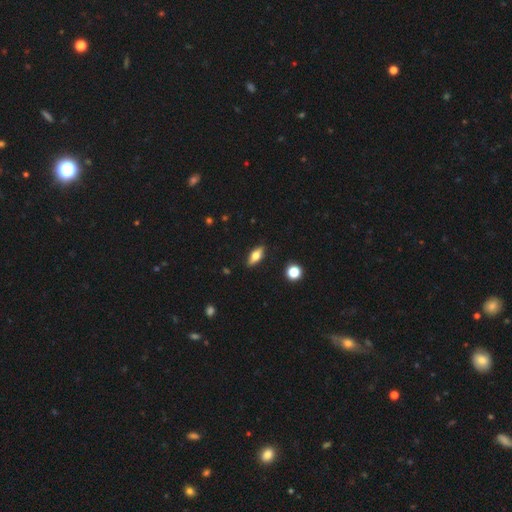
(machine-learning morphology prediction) smooth 56%, featured or disk 37%, star or artifact 8%. Down the decision tree: how rounded — in between (69%); merging — none (87%).